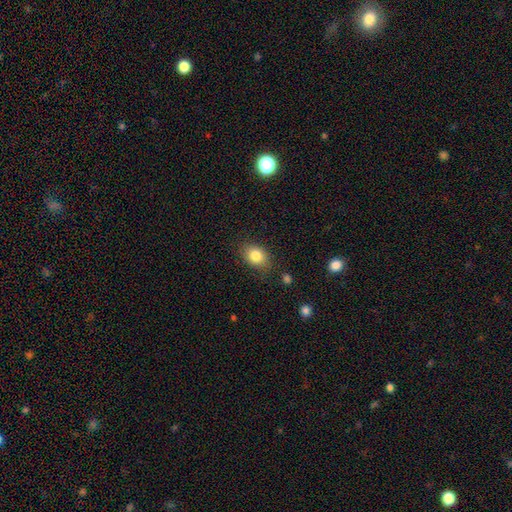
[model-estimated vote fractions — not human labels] Smooth or featured? smooth (83%)
How rounded? in between (63%)
Merging? none (80%)